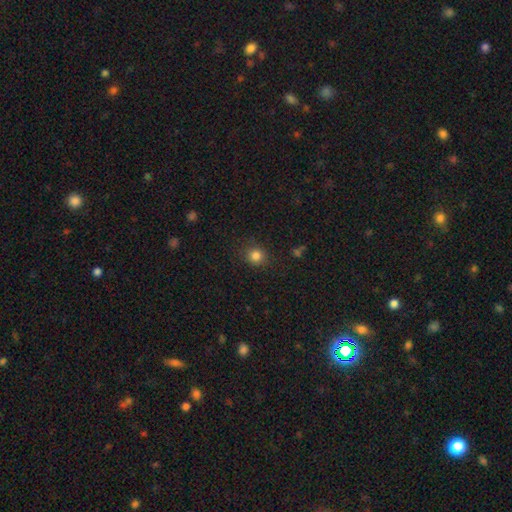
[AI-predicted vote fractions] The model was most divided on "smooth or featured": smooth: 83%, star or artifact: 12%, featured or disk: 5%. More confident: how rounded — round (86%); merging — none (86%).